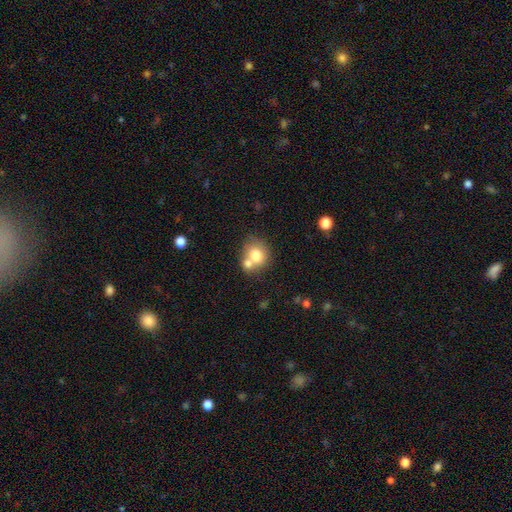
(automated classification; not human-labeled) Smooth or featured? Predicted: smooth (p=0.74). How rounded? Predicted: round (p=0.70). Merging? Predicted: merger (p=0.44).